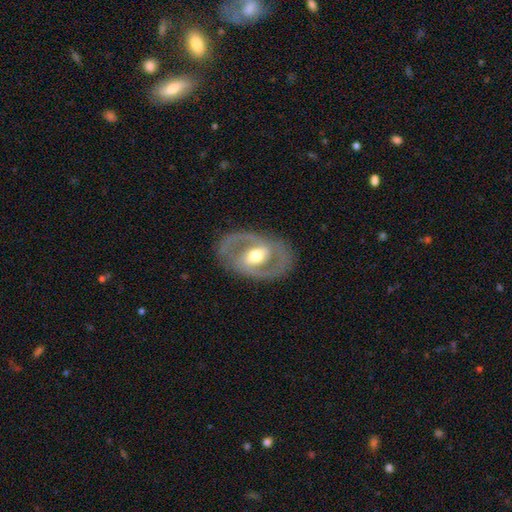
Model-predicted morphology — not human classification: Q: Smooth or featured?
A: featured or disk (79%); runner-up: smooth (16%)
Q: Edge-on disk?
A: no (94%); runner-up: yes (6%)
Q: Bar?
A: weak (39%); runner-up: strong (36%)
Q: Spiral arms?
A: yes (65%); runner-up: no (35%)
Q: Bulge size?
A: moderate (68%); runner-up: large (19%)
Q: Merging?
A: none (81%); runner-up: minor disturbance (11%)